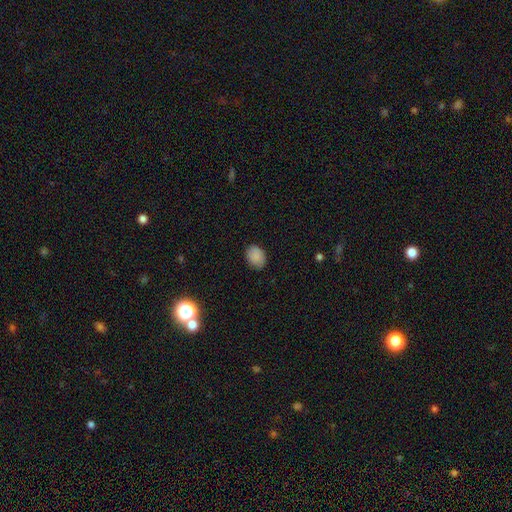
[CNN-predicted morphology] Smooth or featured? smooth (86%)
How rounded? in between (66%)
Merging? none (84%)